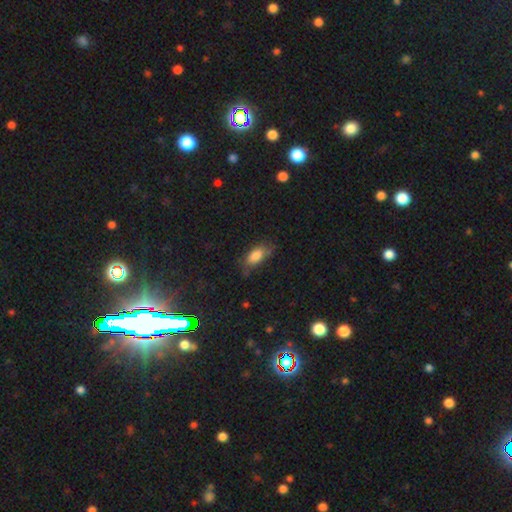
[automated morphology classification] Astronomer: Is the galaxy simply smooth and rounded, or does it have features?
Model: smooth — 81%.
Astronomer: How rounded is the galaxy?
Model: in between — 86%.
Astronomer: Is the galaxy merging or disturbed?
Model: none — 64%.